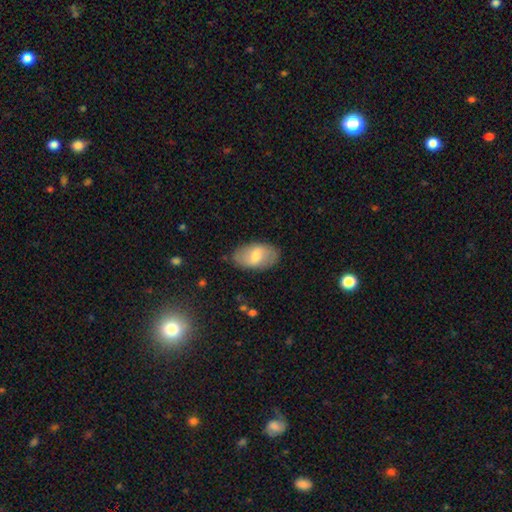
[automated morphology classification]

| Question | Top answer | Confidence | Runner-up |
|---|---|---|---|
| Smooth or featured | smooth | 57% | featured or disk (37%) |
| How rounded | in between | 93% | round (6%) |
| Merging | none | 82% | minor disturbance (13%) |